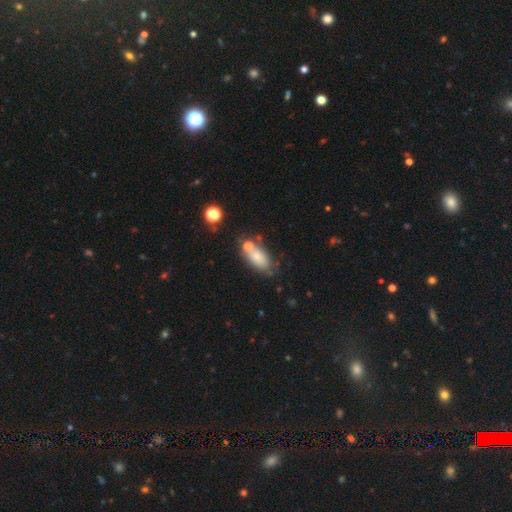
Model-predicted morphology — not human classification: smooth 75%, featured or disk 15%, star or artifact 10%. Down the decision tree: how rounded — in between (88%); merging — none (52%).